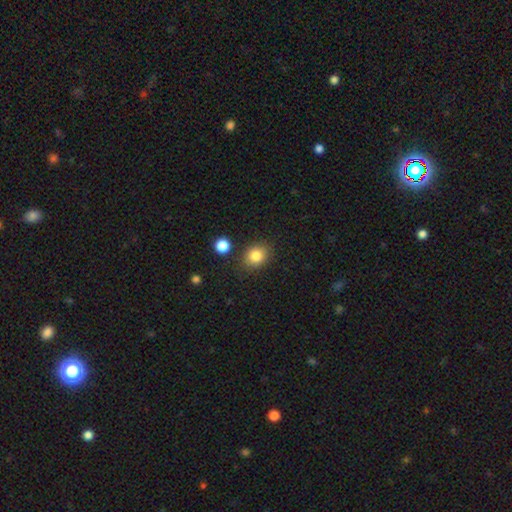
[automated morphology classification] type=smooth (83%); roundness=round (62%); merging=none (83%).